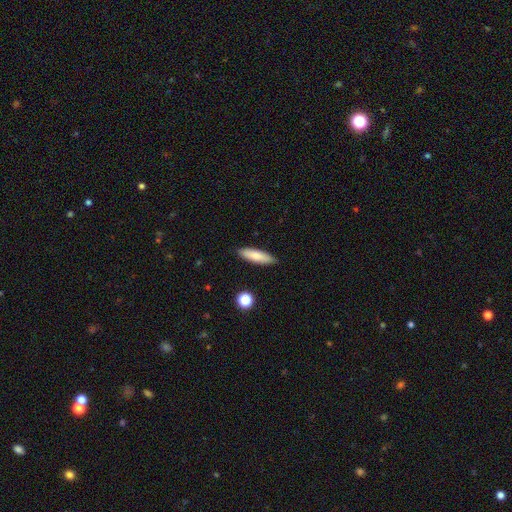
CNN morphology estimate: Q: Smooth or featured?
A: smooth (78%); runner-up: featured or disk (15%)
Q: How rounded?
A: cigar-shaped (66%); runner-up: in between (33%)
Q: Merging?
A: none (88%); runner-up: minor disturbance (9%)